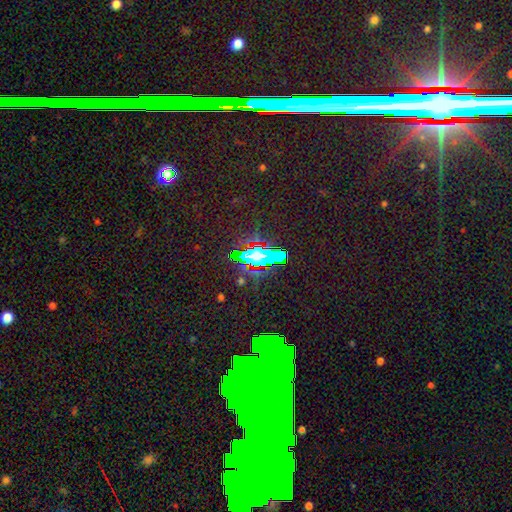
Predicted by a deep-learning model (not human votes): Overall: star or artifact (62%; smooth 24%).